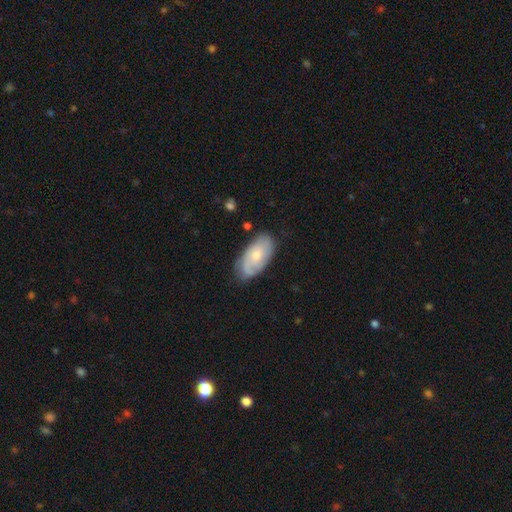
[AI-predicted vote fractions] Smooth or featured?
  - featured or disk: 55% *
  - smooth: 39%
  - star or artifact: 6%
Edge-on disk?
  - no: 92% *
  - yes: 8%
Bar?
  - no: 71% *
  - weak: 26%
  - strong: 3%
Spiral arms?
  - yes: 81% *
  - no: 19%
Bulge size?
  - moderate: 49% *
  - small: 45%
  - large: 3%
  - none: 2%
  - dominant: 1%
Merging?
  - none: 73% *
  - minor disturbance: 21%
  - major disturbance: 5%
  - merger: 2%